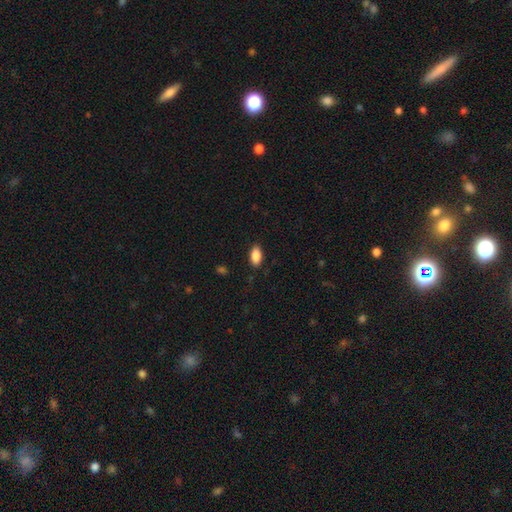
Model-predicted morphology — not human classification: Overall: smooth (88%). How rounded: in between (92%). Merging: none (87%).